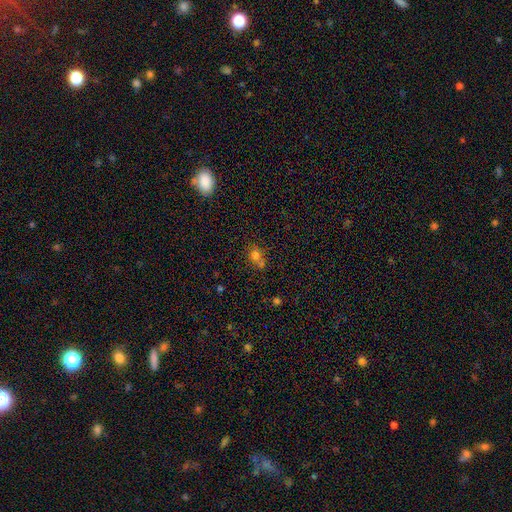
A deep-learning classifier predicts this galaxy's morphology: Overall: smooth (71%). How rounded: round (50%; in between 48%). Merging: none (41%, tied with merger).